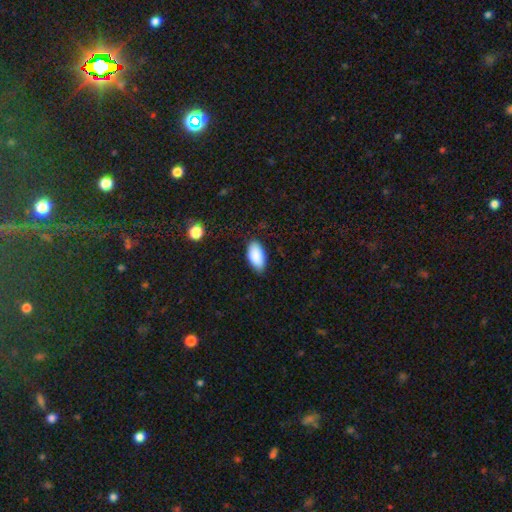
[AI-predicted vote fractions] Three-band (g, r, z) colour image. It shows a smooth galaxy with no disk features (89%) that is in between round and cigar-shaped (95%). Merging: none (81%).